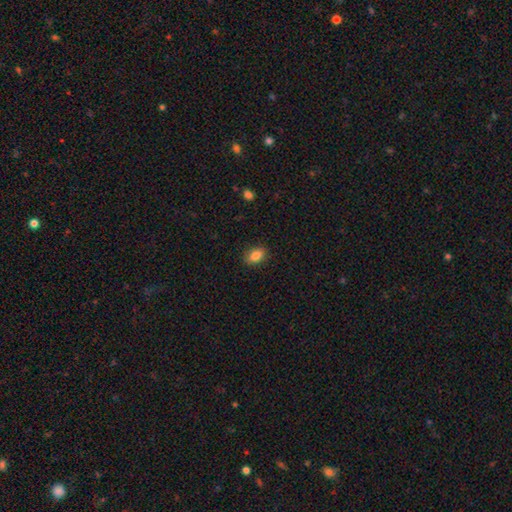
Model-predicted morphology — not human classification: Smooth or featured?
  - smooth: 86% *
  - star or artifact: 8%
  - featured or disk: 6%
How rounded?
  - in between: 87% *
  - round: 10%
  - cigar-shaped: 3%
Merging?
  - none: 88% *
  - minor disturbance: 9%
  - major disturbance: 2%
  - merger: 1%